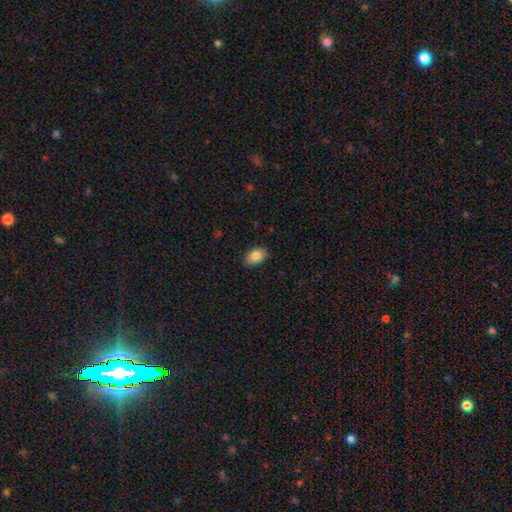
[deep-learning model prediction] The model was most divided on "how rounded": in between: 87%, round: 11%, cigar-shaped: 1%. More confident: merging — none (87%); smooth or featured — smooth (87%).